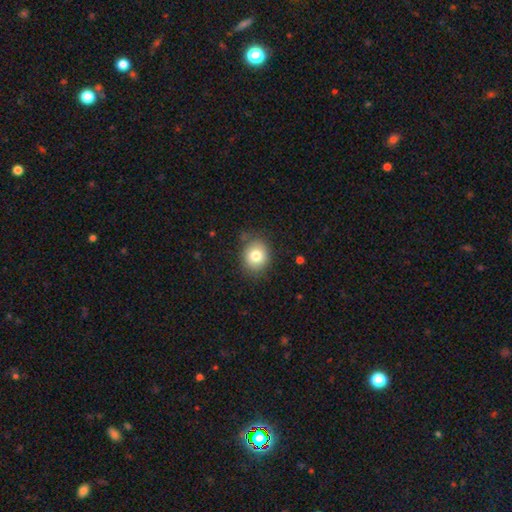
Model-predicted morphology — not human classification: A smooth galaxy with no disk features (80%) that is round (70%). Merging: none (82%).